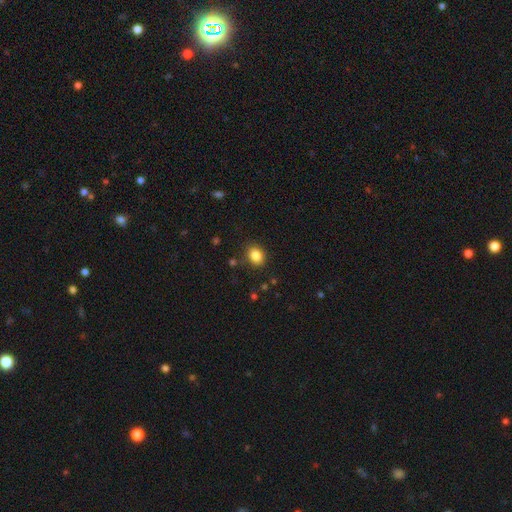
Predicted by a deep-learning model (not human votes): The model was most divided on "how rounded": round: 52%, in between: 47%, cigar-shaped: 1%. More confident: smooth or featured — smooth (85%); merging — none (84%).